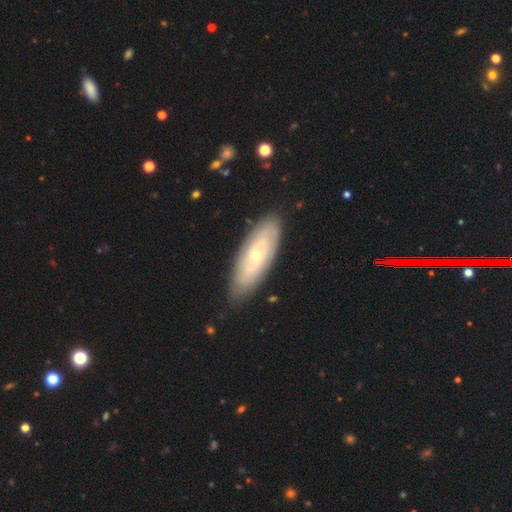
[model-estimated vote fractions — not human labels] Smooth or featured? Predicted: featured or disk (p=0.64). Edge-on disk? Predicted: no (p=0.82). Bar? Predicted: no (p=0.68). Spiral arms? Predicted: yes (p=0.70). Bulge size? Predicted: small (p=0.58). Merging? Predicted: none (p=0.83).